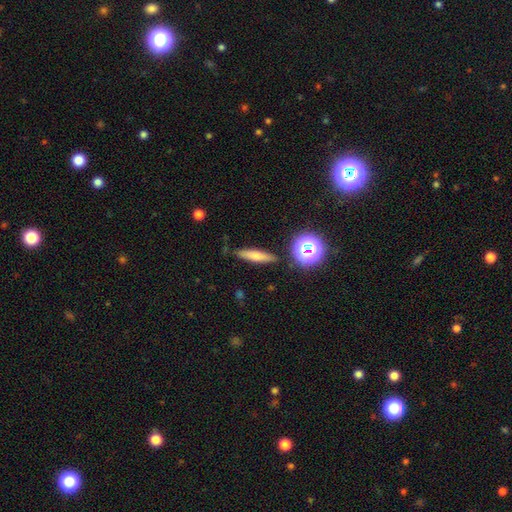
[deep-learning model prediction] smooth-or-featured: smooth: 66% | featured or disk: 22% | star or artifact: 12%
  how-rounded: cigar-shaped: 76% | in between: 18% | round: 5%
  merging: none: 83% | minor disturbance: 11% | merger: 3% | major disturbance: 3%